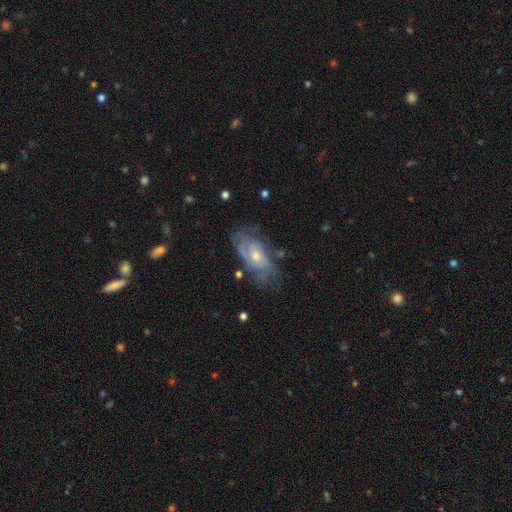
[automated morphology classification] smooth_or_featured: featured or disk (p=0.73) [alt: smooth p=0.19]
disk_edge_on: no (p=0.92) [alt: yes p=0.08]
bar: no (p=0.71) [alt: weak p=0.25]
has_spiral_arms: yes (p=0.83) [alt: no p=0.17]
spiral_winding: tight (p=0.48) [alt: medium p=0.38]
spiral_arm_count: can't tell (p=0.43) [alt: 2 p=0.36]
bulge_size: moderate (p=0.50) [alt: small p=0.45]
merging: none (p=0.65) [alt: minor disturbance p=0.22]